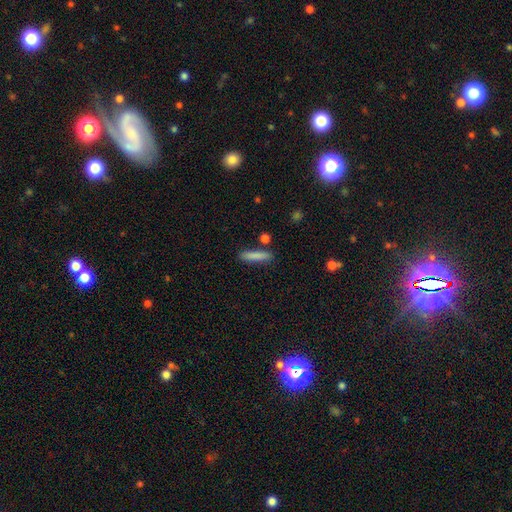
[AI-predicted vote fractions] The model was most divided on "smooth or featured": smooth: 83%, featured or disk: 10%, star or artifact: 7%. More confident: how rounded — cigar-shaped (87%); merging — none (84%).